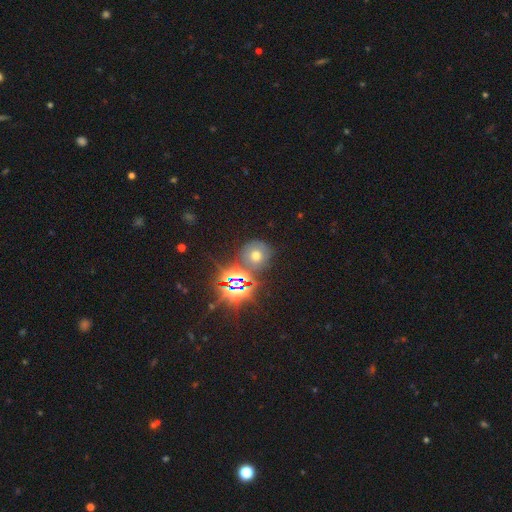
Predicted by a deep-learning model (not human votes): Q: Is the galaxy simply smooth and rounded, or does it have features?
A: smooth — 48%.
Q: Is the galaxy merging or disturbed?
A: none — 75%.